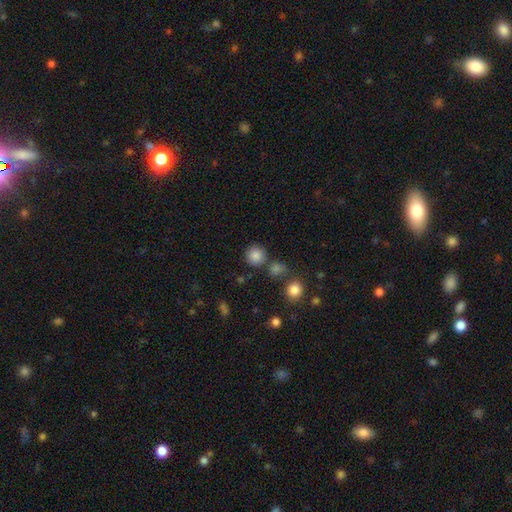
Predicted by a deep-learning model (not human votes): Smooth or featured: smooth — 85% (star or artifact — 10%)
How rounded: round — 92% (in between — 7%)
Merging: none — 79% (merger — 9%)